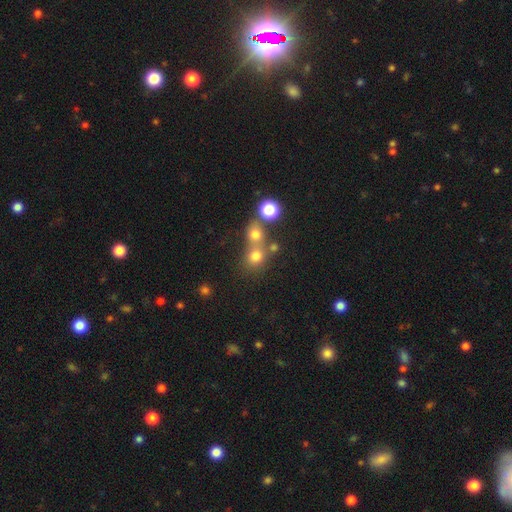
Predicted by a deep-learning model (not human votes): A smooth galaxy with no disk features (68%) that is round (82%). Merging: none (47%).